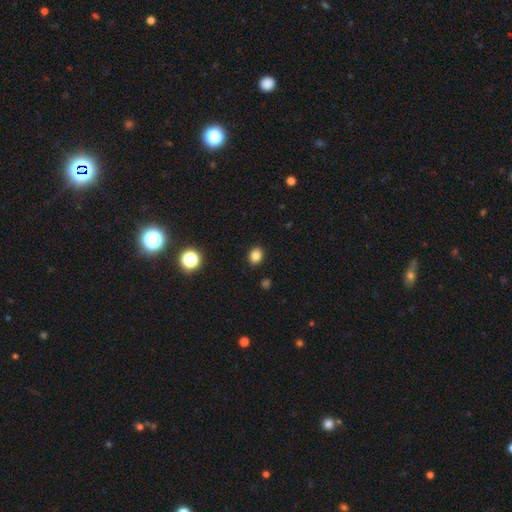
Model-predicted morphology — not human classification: Smooth or featured: smooth — 83% (star or artifact — 13%)
How rounded: round — 54% (in between — 45%)
Merging: none — 90% (minor disturbance — 7%)